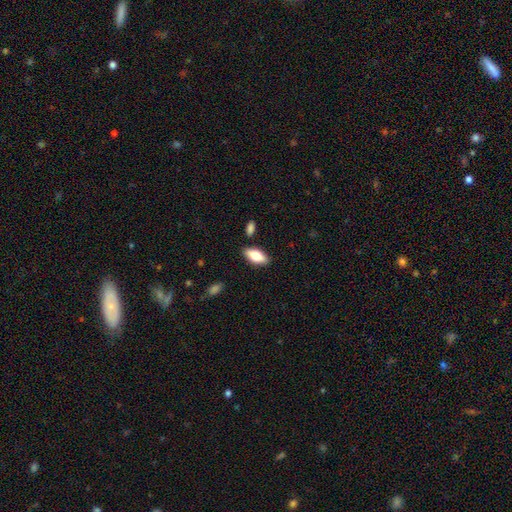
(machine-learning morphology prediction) A smooth galaxy with no disk features (75%) that is in between round and cigar-shaped (83%). Merging: none (84%).